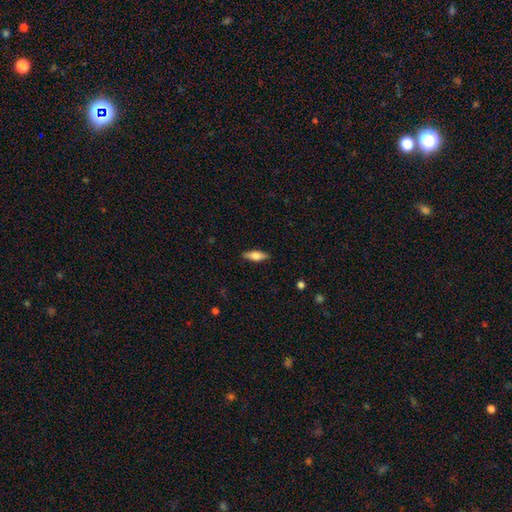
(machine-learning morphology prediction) Smooth or featured?
  - smooth: 66% *
  - featured or disk: 28%
  - star or artifact: 6%
How rounded?
  - in between: 60% *
  - cigar-shaped: 38%
  - round: 2%
Merging?
  - none: 88% *
  - minor disturbance: 9%
  - major disturbance: 2%
  - merger: 1%